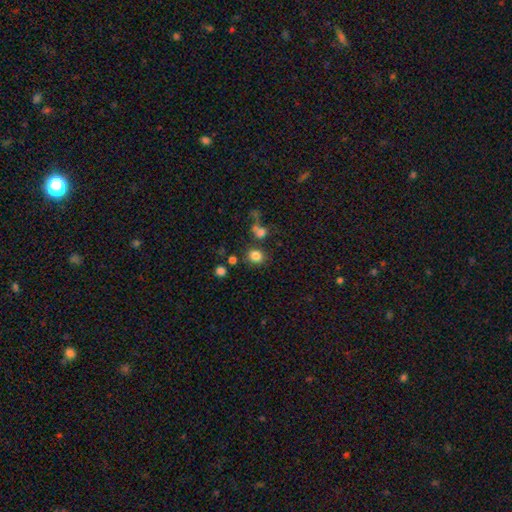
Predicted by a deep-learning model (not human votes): Smooth or featured?
  - smooth: 82% *
  - star or artifact: 13%
  - featured or disk: 6%
How rounded?
  - round: 79% *
  - in between: 20%
  - cigar-shaped: 1%
Merging?
  - none: 76% *
  - merger: 10%
  - minor disturbance: 9%
  - major disturbance: 4%